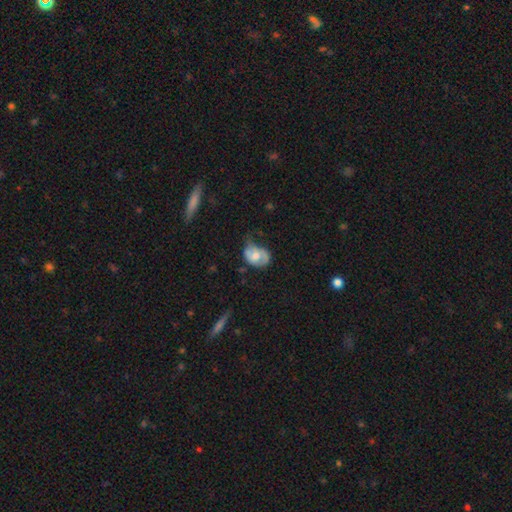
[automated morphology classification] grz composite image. It shows a smooth galaxy with no disk features (49%). Merging: minor disturbance (39%).